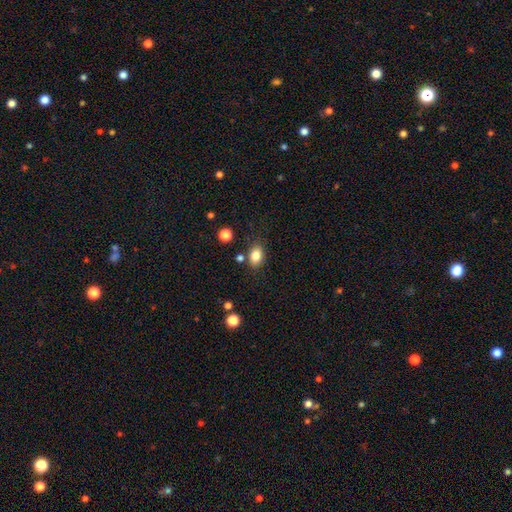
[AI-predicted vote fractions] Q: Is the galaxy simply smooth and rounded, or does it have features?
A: smooth — 83%.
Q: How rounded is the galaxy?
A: in between — 80%.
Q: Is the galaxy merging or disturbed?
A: none — 78%.